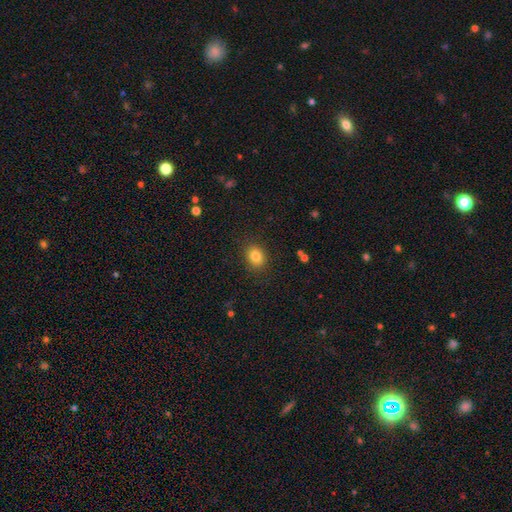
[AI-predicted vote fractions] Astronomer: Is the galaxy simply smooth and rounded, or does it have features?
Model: smooth — 83%.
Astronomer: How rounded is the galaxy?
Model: round — 54% (runner-up: in between, 45%).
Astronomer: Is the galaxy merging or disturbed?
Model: none — 87%.